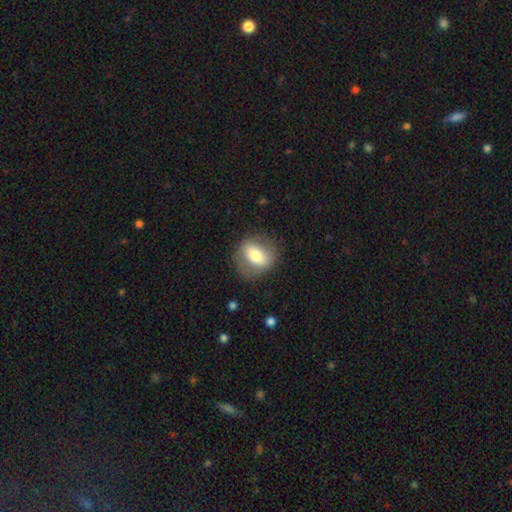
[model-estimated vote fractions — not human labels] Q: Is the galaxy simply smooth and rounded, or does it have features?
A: smooth — 61%.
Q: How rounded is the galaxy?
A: in between — 51%.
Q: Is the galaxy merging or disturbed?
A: none — 75%.